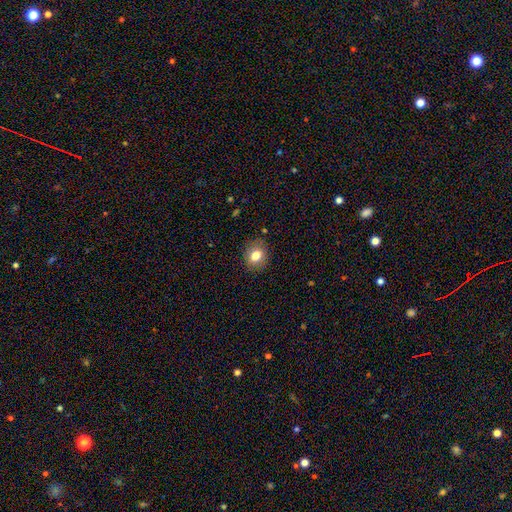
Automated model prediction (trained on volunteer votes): smooth 79%, featured or disk 11%, star or artifact 10%. Down the decision tree: how rounded — round (57%); merging — none (86%).